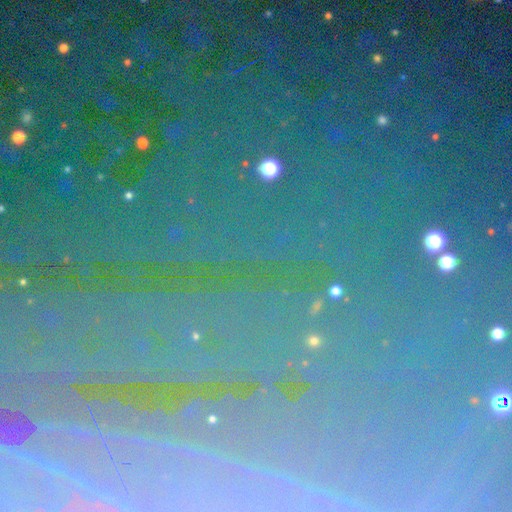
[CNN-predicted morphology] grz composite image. It shows a star or artifact, not a galaxy (76%).